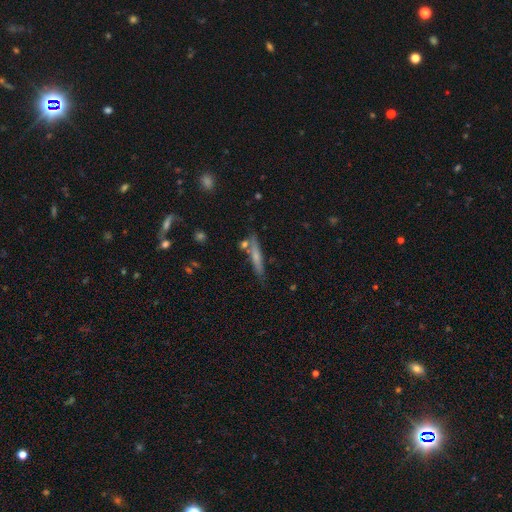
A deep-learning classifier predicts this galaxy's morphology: A smooth galaxy with no disk features (54%) that is cigar-shaped (91%). Merging: none (75%).